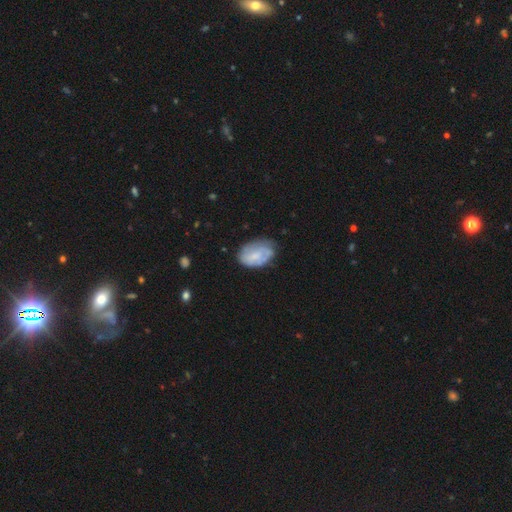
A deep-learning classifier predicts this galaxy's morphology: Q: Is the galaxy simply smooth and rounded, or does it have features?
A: smooth — 52%.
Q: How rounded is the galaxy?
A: in between — 87%.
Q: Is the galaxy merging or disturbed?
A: none — 56%.